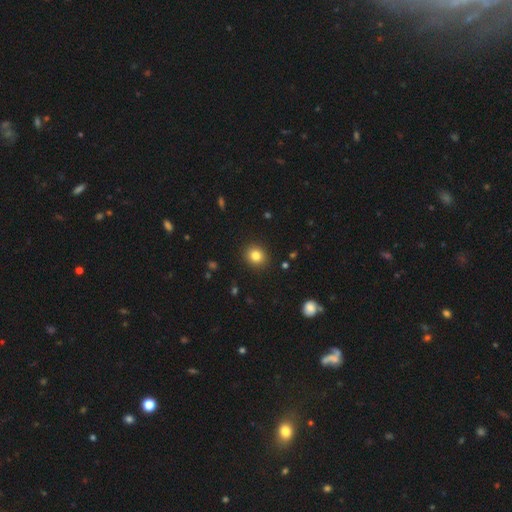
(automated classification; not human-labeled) smooth 83%, star or artifact 11%, featured or disk 6%. Down the decision tree: how rounded — round (78%); merging — none (91%).